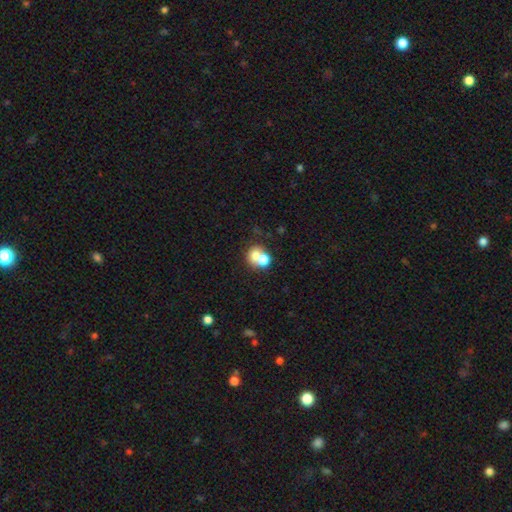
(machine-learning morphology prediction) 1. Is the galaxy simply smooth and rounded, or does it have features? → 69% smooth, 18% featured or disk, 13% star or artifact.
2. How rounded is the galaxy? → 66% round, 33% in between, 1% cigar-shaped.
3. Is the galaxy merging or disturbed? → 55% merger, 33% none, 8% minor disturbance, 5% major disturbance.